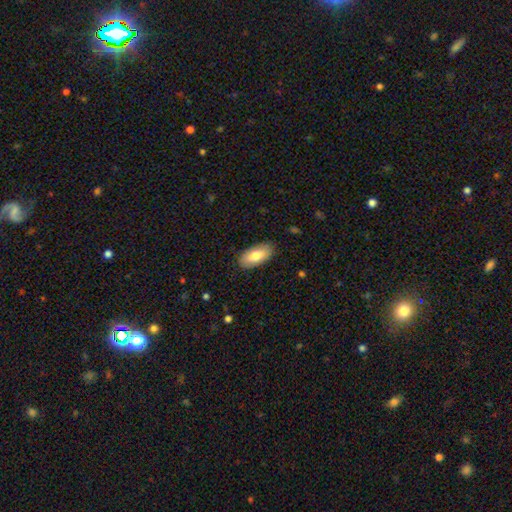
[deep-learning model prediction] The model was most divided on "smooth or featured": smooth: 78%, featured or disk: 16%, star or artifact: 6%. More confident: how rounded — in between (90%); merging — none (87%).